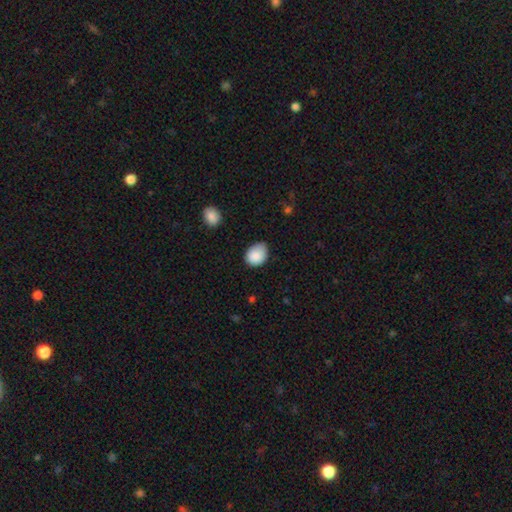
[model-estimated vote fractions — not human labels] Smooth or featured? Predicted: smooth (p=0.88). How rounded? Predicted: in between (p=0.65). Merging? Predicted: none (p=0.62).